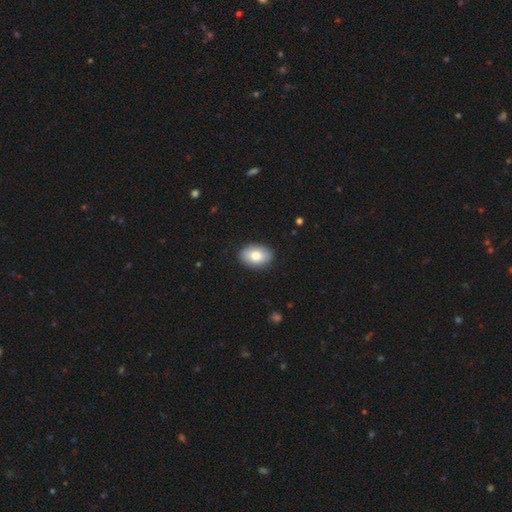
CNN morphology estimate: This is clearly a smooth galaxy (82%). How rounded: clearly in between (84%). Merging: clearly none (89%).